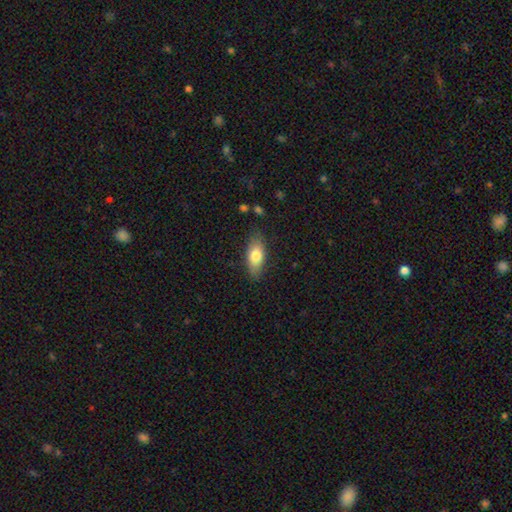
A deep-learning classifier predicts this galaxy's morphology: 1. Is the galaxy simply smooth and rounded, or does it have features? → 76% smooth, 17% featured or disk, 7% star or artifact.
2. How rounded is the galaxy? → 82% in between, 14% cigar-shaped, 4% round.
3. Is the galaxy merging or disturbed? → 81% none, 15% minor disturbance, 3% major disturbance, 1% merger.